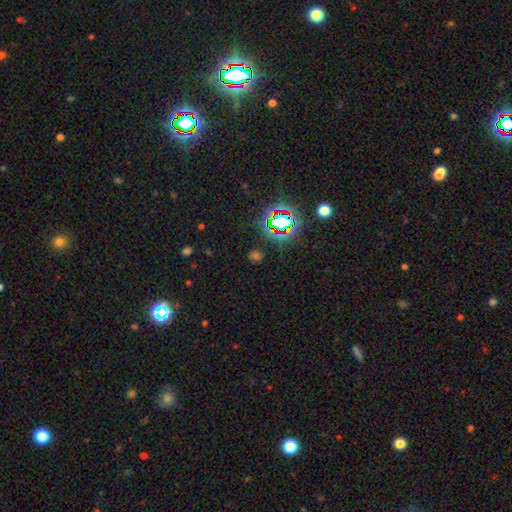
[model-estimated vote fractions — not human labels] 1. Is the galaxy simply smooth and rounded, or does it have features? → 61% star or artifact, 31% smooth, 8% featured or disk.